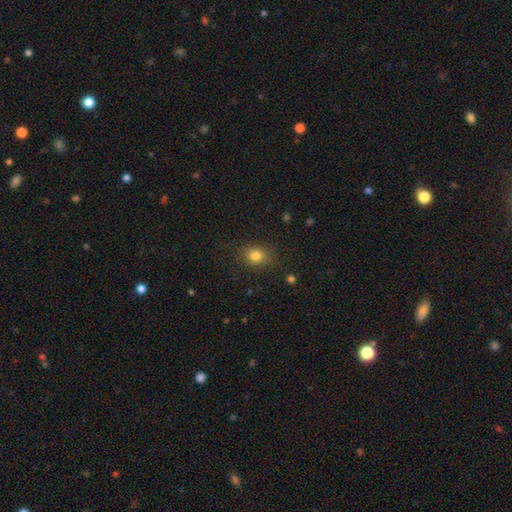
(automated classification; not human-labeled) smooth-or-featured: smooth: 81% | star or artifact: 12% | featured or disk: 7%
  how-rounded: round: 53% | in between: 45% | cigar-shaped: 1%
  merging: none: 80% | minor disturbance: 15% | major disturbance: 4% | merger: 1%